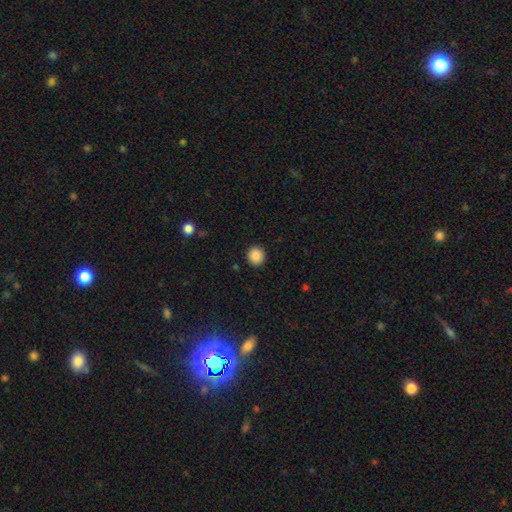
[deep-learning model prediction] smooth 88%, star or artifact 9%, featured or disk 3%. Down the decision tree: how rounded — round (91%); merging — none (92%).